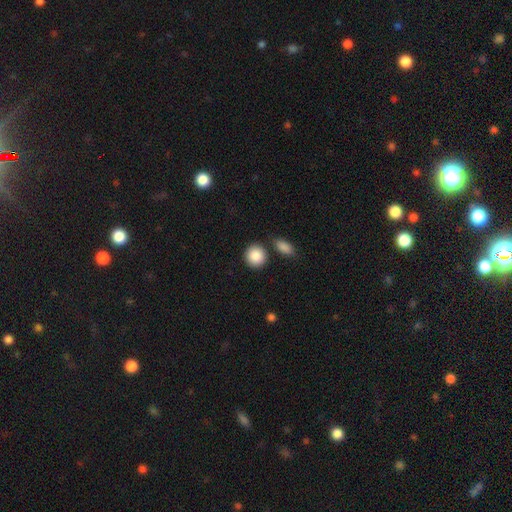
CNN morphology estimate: Overall: smooth (89%). How rounded: round (86%). Merging: none (79%).